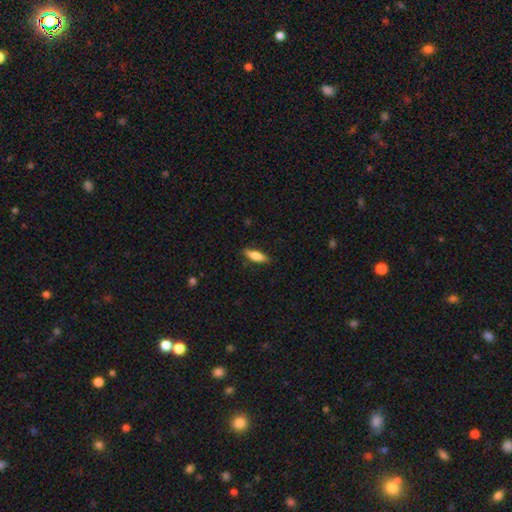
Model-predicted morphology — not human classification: Smooth or featured? Predicted: smooth (p=0.80). How rounded? Predicted: in between (p=0.52). Merging? Predicted: none (p=0.84).